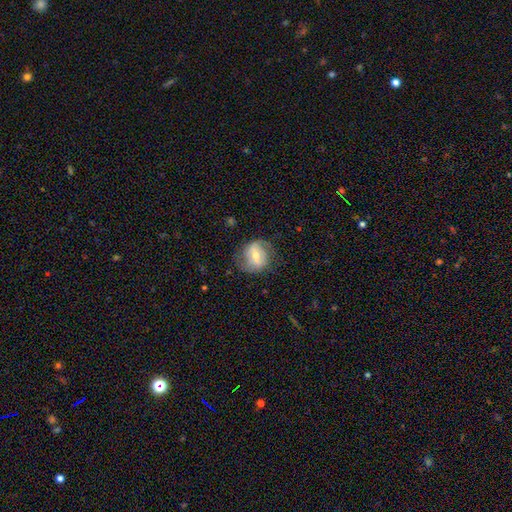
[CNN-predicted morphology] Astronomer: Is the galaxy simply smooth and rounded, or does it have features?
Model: featured or disk — 61%.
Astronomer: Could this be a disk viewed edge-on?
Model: no — 95%.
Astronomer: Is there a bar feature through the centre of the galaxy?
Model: strong — 42% (runner-up: weak, 41%).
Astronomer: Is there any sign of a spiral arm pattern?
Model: yes — 71%.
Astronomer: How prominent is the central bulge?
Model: moderate — 58% (runner-up: small, 35%).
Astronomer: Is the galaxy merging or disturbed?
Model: none — 67%.